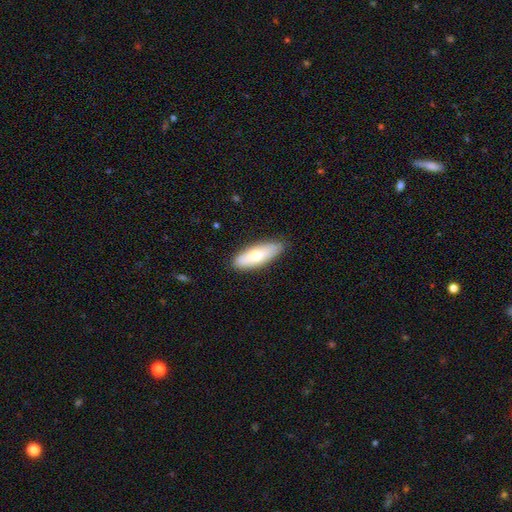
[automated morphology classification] The model was most divided on "how rounded": in between: 66%, cigar-shaped: 32%, round: 2%. More confident: merging — none (83%); smooth or featured — smooth (68%).